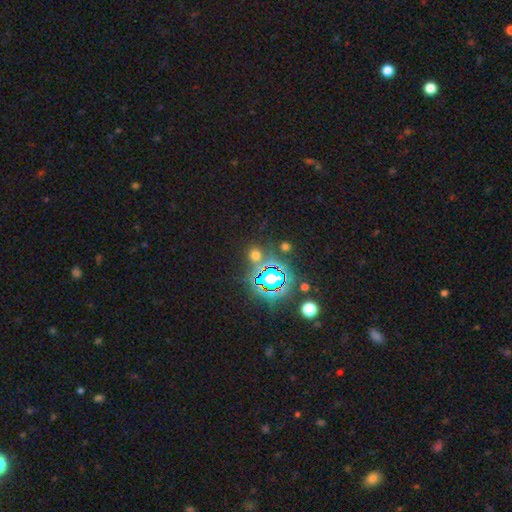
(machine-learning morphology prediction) A smooth galaxy with no disk features (48%). Merging: none (77%).